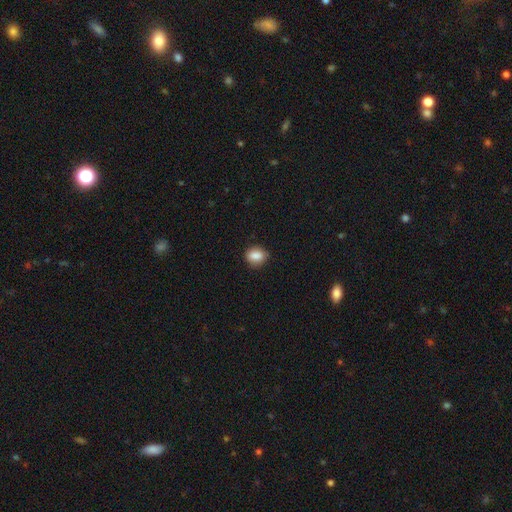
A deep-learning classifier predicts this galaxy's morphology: Smooth or featured? smooth (84%)
How rounded? round (54%)
Merging? none (80%)